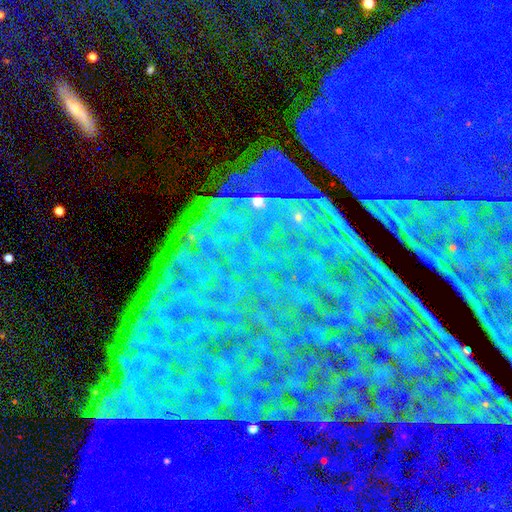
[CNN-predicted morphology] The model was most divided on "smooth or featured": star or artifact: 85%, featured or disk: 8%, smooth: 6%.